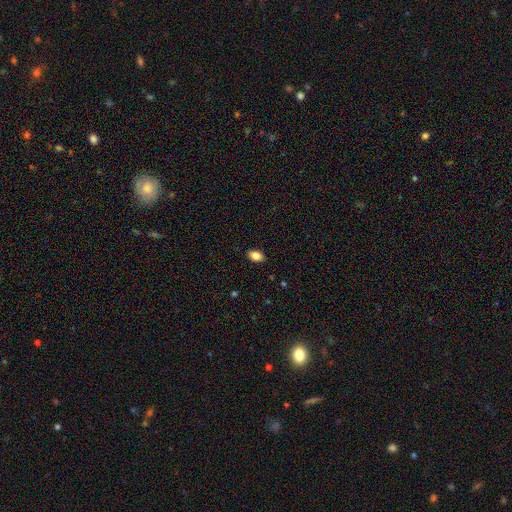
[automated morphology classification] This appears to be a smooth galaxy with no disk features (85%) that is in between round and cigar-shaped (88%). Merging: none (88%).